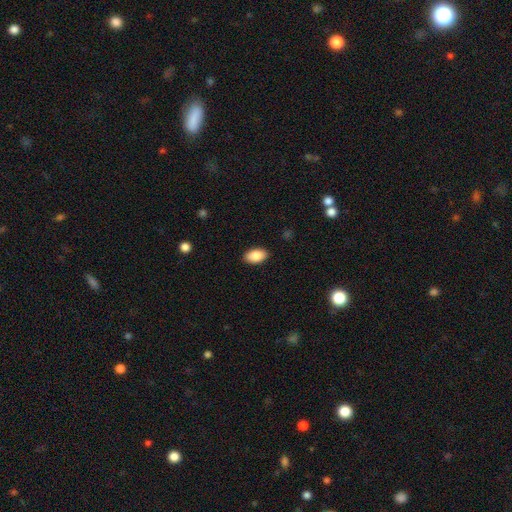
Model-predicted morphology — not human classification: type=smooth (88%); roundness=in between (93%); merging=none (89%).